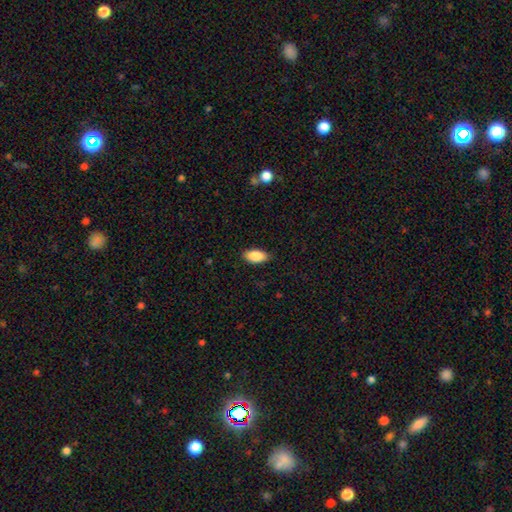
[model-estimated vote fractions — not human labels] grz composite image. It shows a smooth galaxy with no disk features (88%) that is in between round and cigar-shaped (92%). Merging: none (86%).